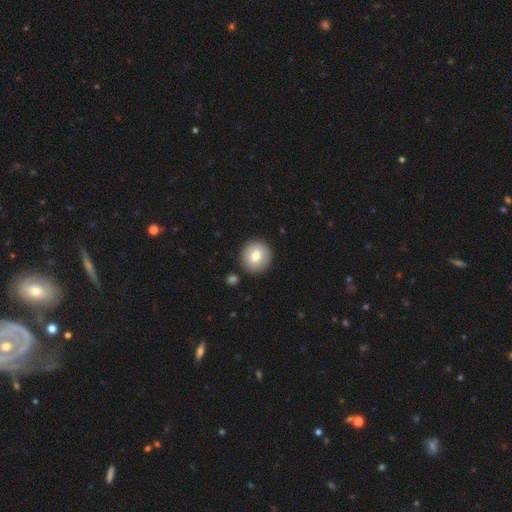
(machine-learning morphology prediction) A smooth galaxy with no disk features (76%) that is round (94%). Merging: none (89%).